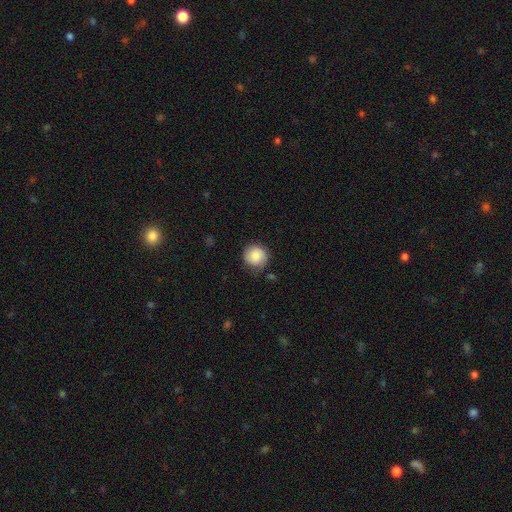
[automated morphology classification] This appears to be a smooth galaxy with no disk features (82%) that is round (92%). Merging: none (78%).